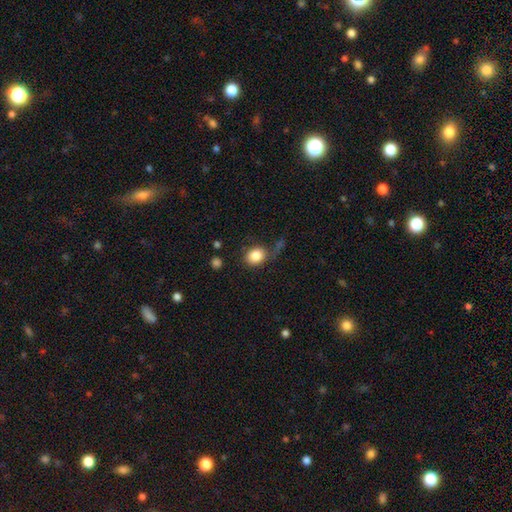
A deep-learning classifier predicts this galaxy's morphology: Smooth or featured?
  - smooth: 84% *
  - star or artifact: 8%
  - featured or disk: 7%
How rounded?
  - round: 60% *
  - in between: 39%
  - cigar-shaped: 1%
Merging?
  - none: 61% *
  - minor disturbance: 20%
  - major disturbance: 13%
  - merger: 6%